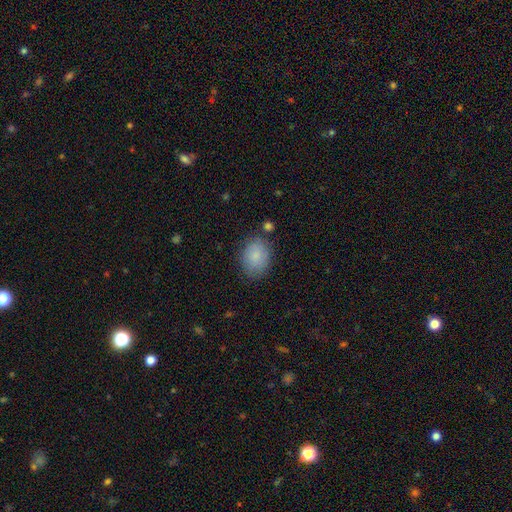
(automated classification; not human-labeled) Smooth or featured? smooth (86%)
How rounded? in between (78%)
Merging? none (78%)